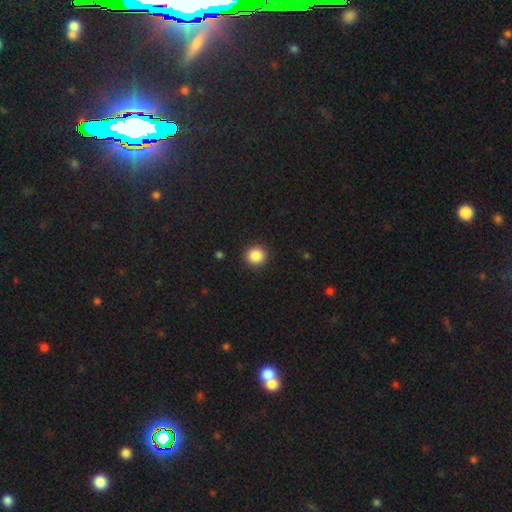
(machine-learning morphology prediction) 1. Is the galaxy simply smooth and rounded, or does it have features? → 87% smooth, 10% star or artifact, 3% featured or disk.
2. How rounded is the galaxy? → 93% round, 6% in between, 1% cigar-shaped.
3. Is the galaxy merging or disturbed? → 92% none, 5% minor disturbance, 2% major disturbance, 1% merger.